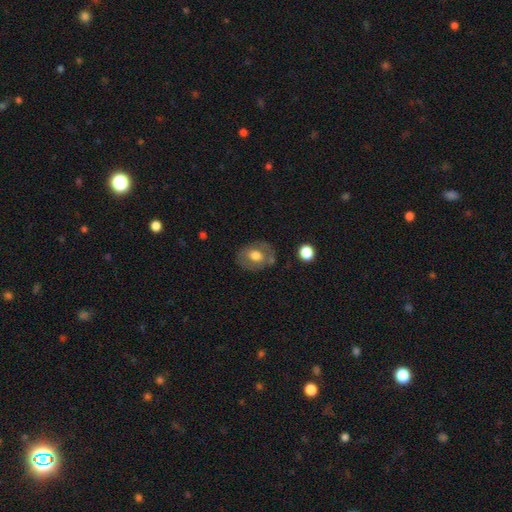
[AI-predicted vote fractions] A smooth galaxy with no disk features (58%) that is in between round and cigar-shaped (60%). Merging: none (72%).